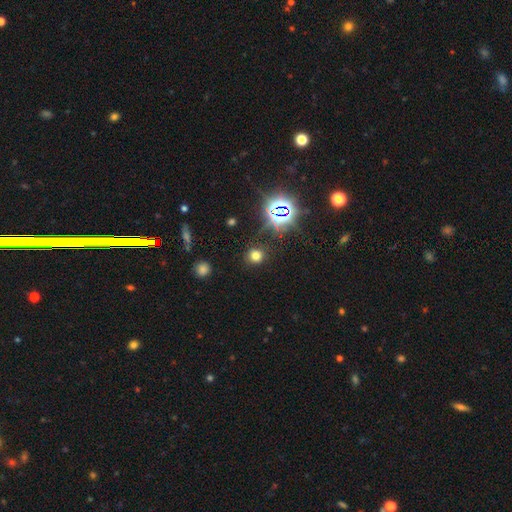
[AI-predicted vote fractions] smooth 68%, star or artifact 26%, featured or disk 6%. Down the decision tree: how rounded — round (85%); merging — none (86%).